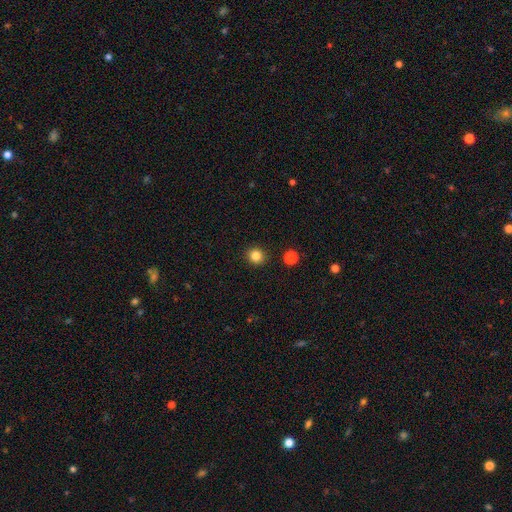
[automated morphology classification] This appears to be a smooth galaxy with no disk features (84%) that is round (89%). Merging: none (91%).